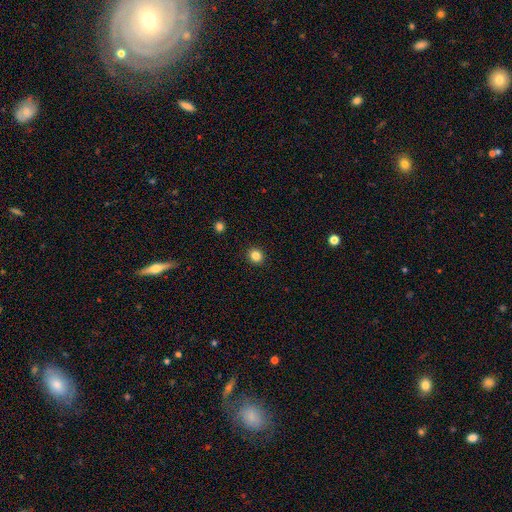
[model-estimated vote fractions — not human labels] smooth-or-featured: smooth: 84% | star or artifact: 12% | featured or disk: 4%
  how-rounded: round: 86% | in between: 13% | cigar-shaped: 1%
  merging: none: 92% | minor disturbance: 5% | major disturbance: 2% | merger: 1%